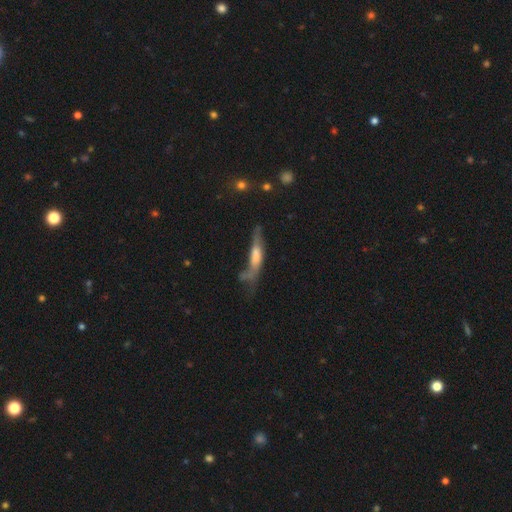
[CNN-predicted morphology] type=featured or disk (51%); edge-on=yes (62%); merging=major disturbance (32%, tied with none).